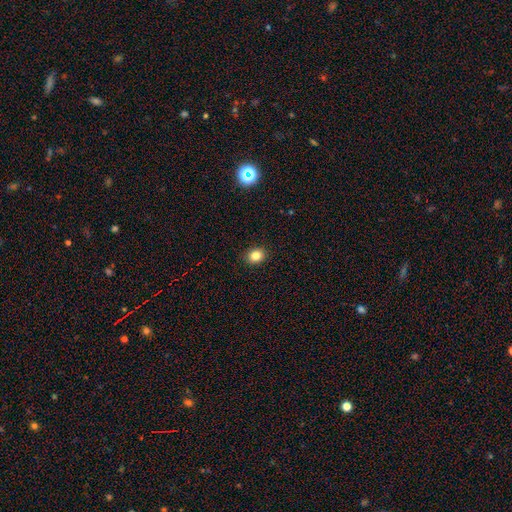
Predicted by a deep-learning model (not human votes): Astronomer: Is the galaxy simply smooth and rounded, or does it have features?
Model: smooth — 83%.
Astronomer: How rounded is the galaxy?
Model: round — 56% (runner-up: in between, 43%).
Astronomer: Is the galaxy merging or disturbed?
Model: none — 90%.